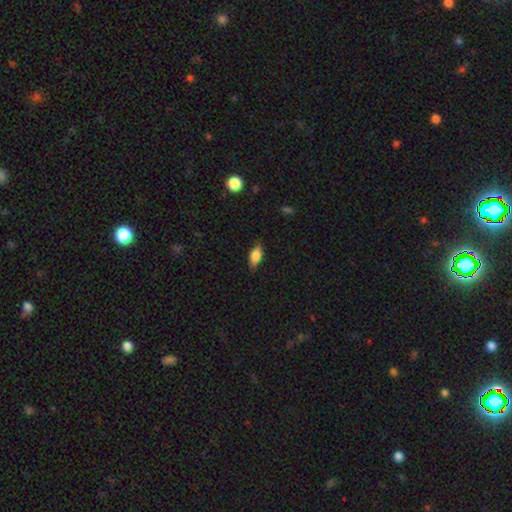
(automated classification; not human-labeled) Smooth or featured? Predicted: smooth (p=0.77). How rounded? Predicted: in between (p=0.84). Merging? Predicted: none (p=0.81).